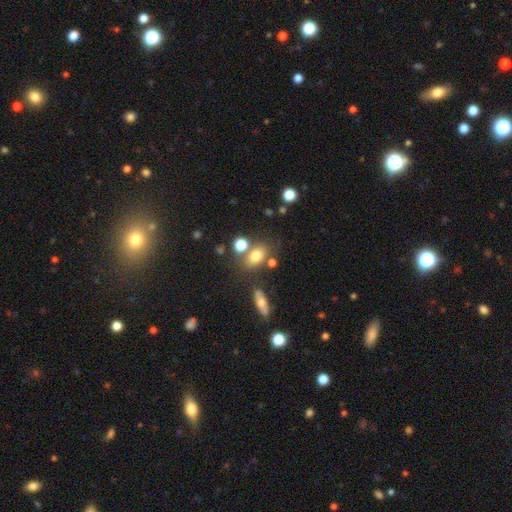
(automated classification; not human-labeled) A smooth galaxy with no disk features (74%) that is in between round and cigar-shaped (70%). Merging: none (64%).